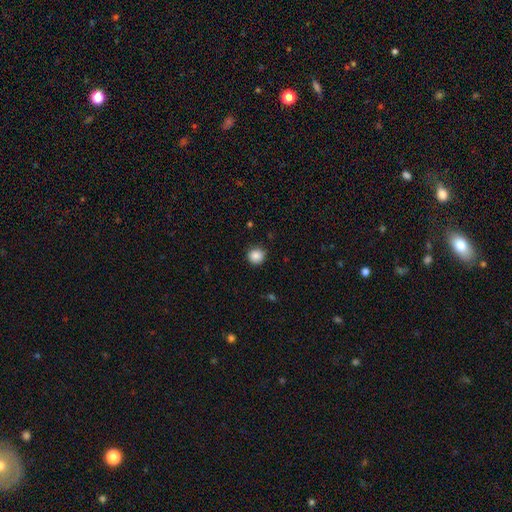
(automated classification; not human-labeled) Smooth or featured? Predicted: smooth (p=0.87). How rounded? Predicted: round (p=0.92). Merging? Predicted: none (p=0.88).